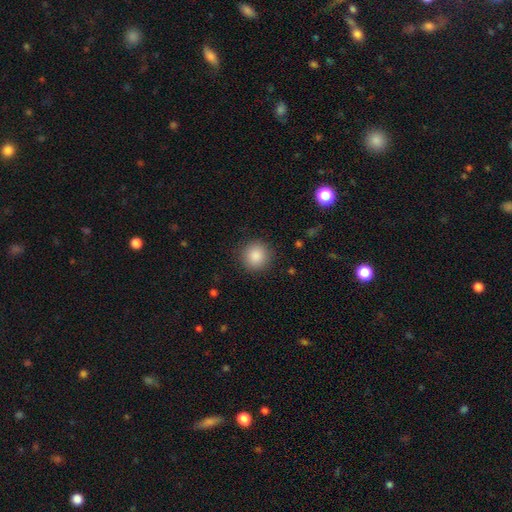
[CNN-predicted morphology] A smooth galaxy with no disk features (87%) that is round (94%). Merging: none (90%).